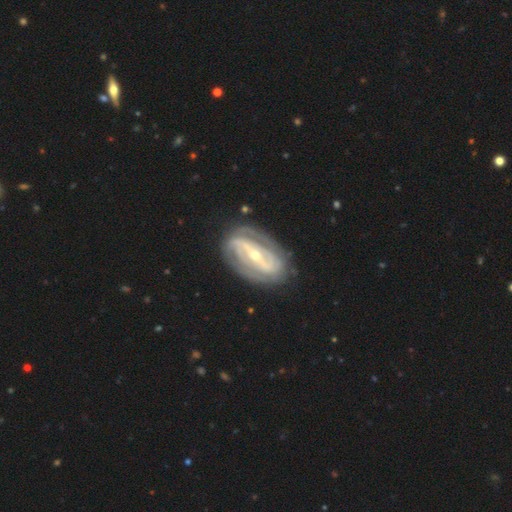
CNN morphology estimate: featured or disk 86%, smooth 9%, star or artifact 5%. Down the decision tree: edge-on disk — no (93%); bar — strong (67%); spiral arms — yes (89%); spiral arm count — 2 (69%); spiral winding — tight (52%); bulge size — small (62%); merging — none (79%).